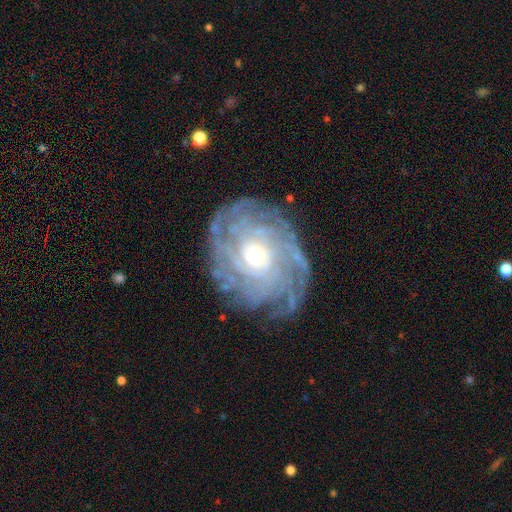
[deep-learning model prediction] Smooth or featured? featured or disk (89%)
Edge-on disk? no (97%)
Bar? no (76%)
Spiral arms? yes (96%)
Spiral winding? tight (77%)
Spiral arm count? can't tell (28%, tied with more than 4)
Bulge size? small (49%)
Merging? none (76%)